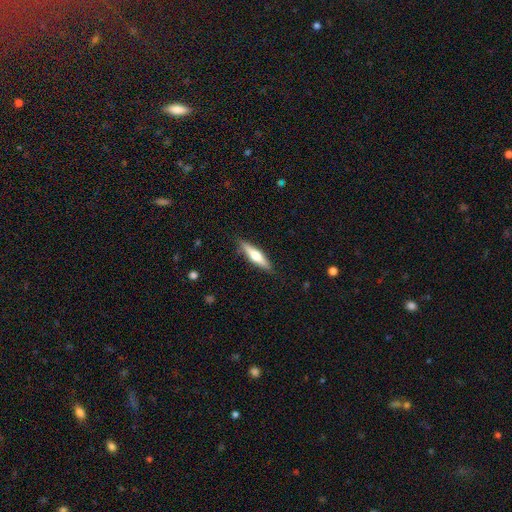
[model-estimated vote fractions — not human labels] Morphology: type=featured or disk (48%); merging=none (88%).